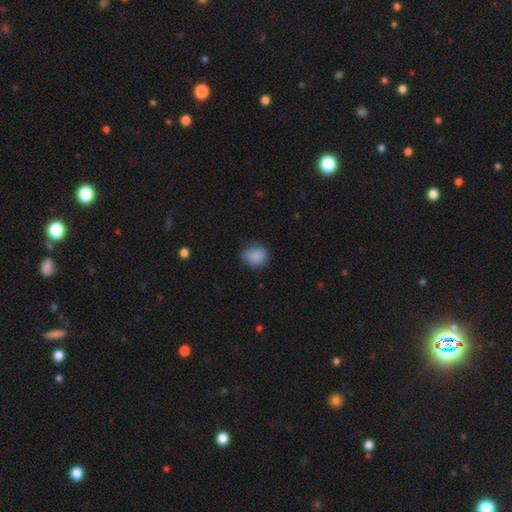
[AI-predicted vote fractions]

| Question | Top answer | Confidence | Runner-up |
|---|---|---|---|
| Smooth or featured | smooth | 86% | star or artifact (9%) |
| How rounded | round | 71% | in between (28%) |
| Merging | none | 67% | minor disturbance (26%) |